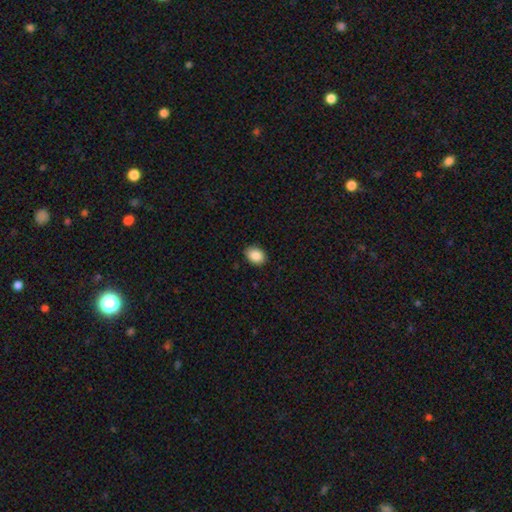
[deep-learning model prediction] smooth-or-featured: smooth: 88% | star or artifact: 8% | featured or disk: 4%
  how-rounded: in between: 64% | round: 35% | cigar-shaped: 1%
  merging: none: 88% | minor disturbance: 9% | major disturbance: 2% | merger: 1%